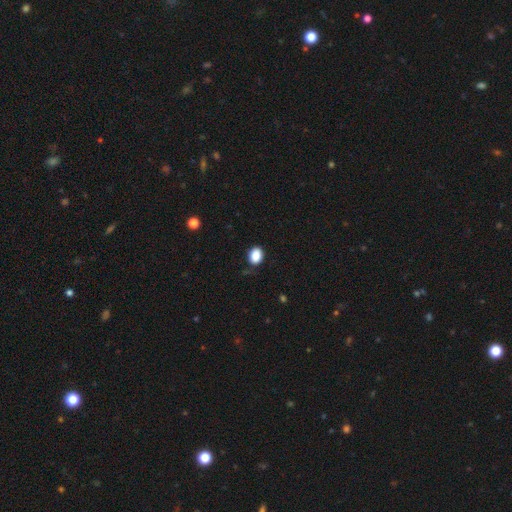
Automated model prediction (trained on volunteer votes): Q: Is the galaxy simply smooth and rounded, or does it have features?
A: smooth — 88%.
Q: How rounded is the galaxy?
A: in between — 64%.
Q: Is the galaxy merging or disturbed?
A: none — 80%.